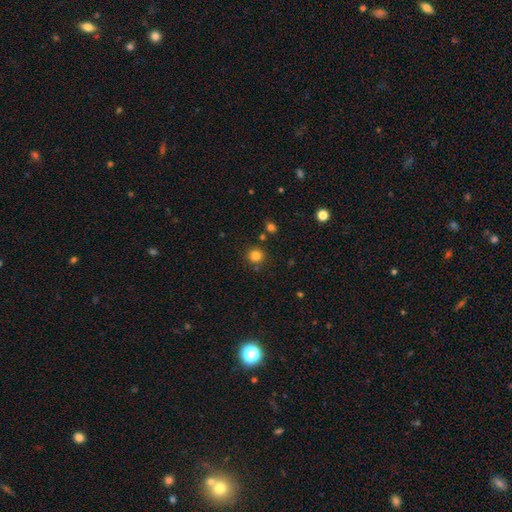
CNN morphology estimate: This is clearly a smooth galaxy (81%). How rounded: clearly round (93%). Merging: clearly none (84%).